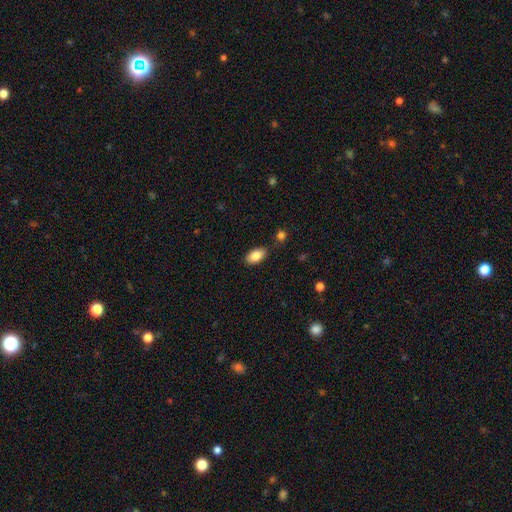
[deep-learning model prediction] Smooth or featured? Predicted: smooth (p=0.85). How rounded? Predicted: in between (p=0.93). Merging? Predicted: none (p=0.81).